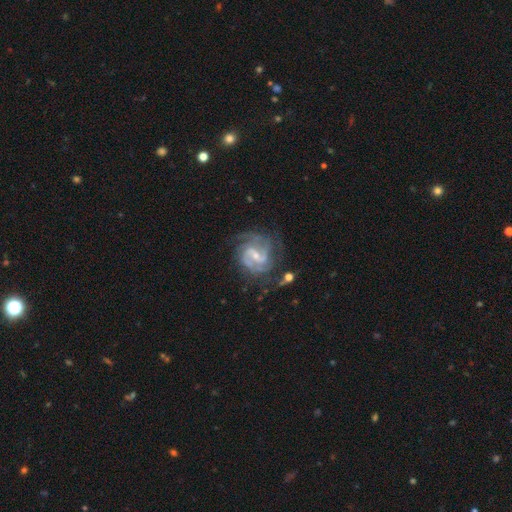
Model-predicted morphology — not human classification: smooth-or-featured: featured or disk: 90% | star or artifact: 5% | smooth: 5%
  disk-edge-on: no: 98% | yes: 2%
    bar: weak: 53% | strong: 26% | no: 22%
    has-spiral-arms: yes: 97% | no: 3%
      spiral-winding: medium: 46% | tight: 44% | loose: 10%
      spiral-arm-count: 2: 46% | 3: 23% | can't tell: 15% | 4: 7% | 1: 4% | more than 4: 4%
    bulge-size: small: 61% | moderate: 33% | none: 3% | large: 2% | dominant: 1%
  merging: none: 67% | minor disturbance: 19% | major disturbance: 11% | merger: 3%